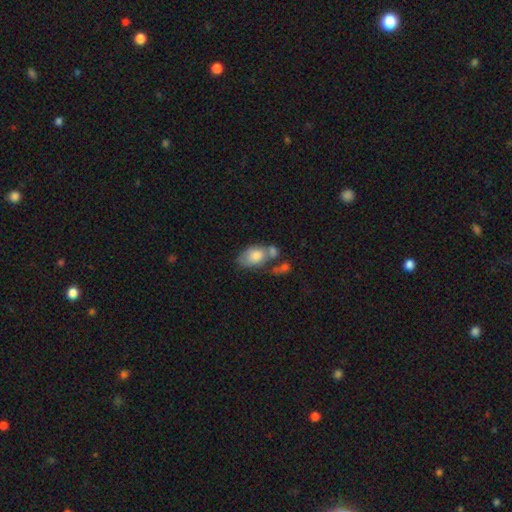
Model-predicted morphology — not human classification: Smooth or featured? Predicted: smooth (p=0.72). How rounded? Predicted: in between (p=0.86). Merging? Predicted: merger (p=0.36).